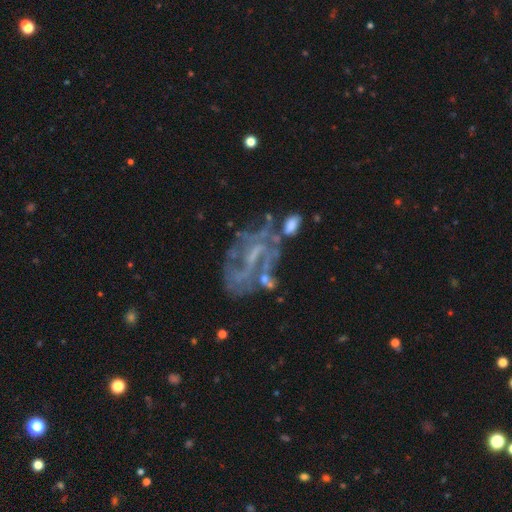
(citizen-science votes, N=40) This appears to be a featured or disk galaxy (78%) with a strong bar (42%), medium (37%) spiral arms (87%) and a small central bulge (52%). Merging: none (51%).